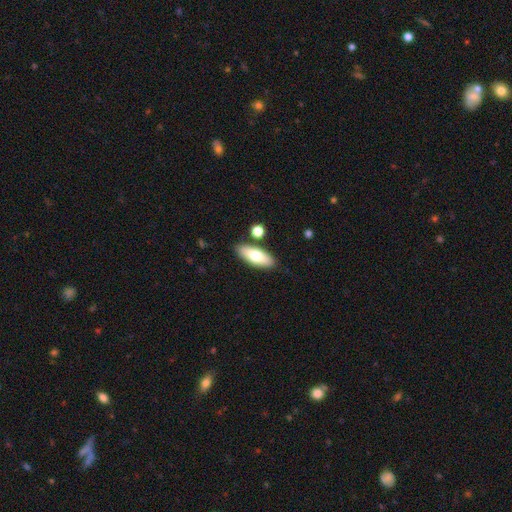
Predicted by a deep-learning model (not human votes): The model was most divided on "how rounded": in between: 72%, cigar-shaped: 25%, round: 3%. More confident: merging — none (83%); smooth or featured — smooth (72%).